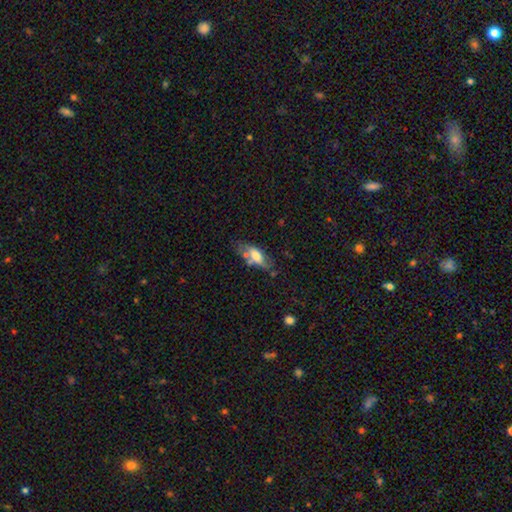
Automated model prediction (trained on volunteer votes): Smooth or featured? Predicted: smooth (p=0.58). How rounded? Predicted: in between (p=0.72). Merging? Predicted: none (p=0.48).